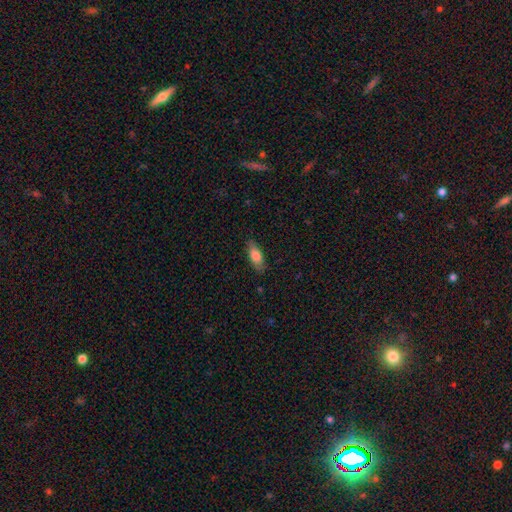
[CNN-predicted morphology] A smooth galaxy with no disk features (78%) that is in between round and cigar-shaped (74%). Merging: none (81%).